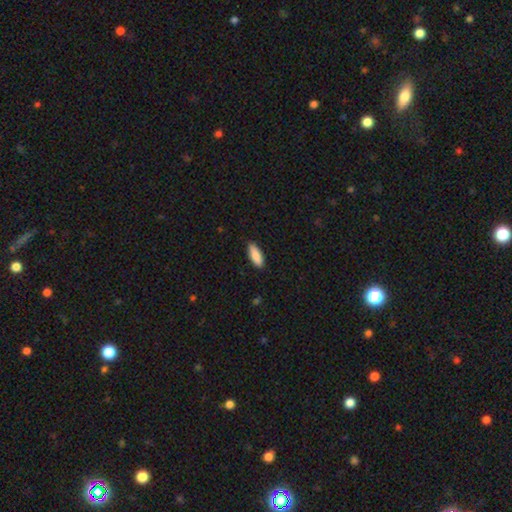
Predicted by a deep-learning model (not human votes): Smooth or featured: smooth — 88% (featured or disk — 6%)
How rounded: in between — 71% (cigar-shaped — 28%)
Merging: none — 87% (minor disturbance — 10%)